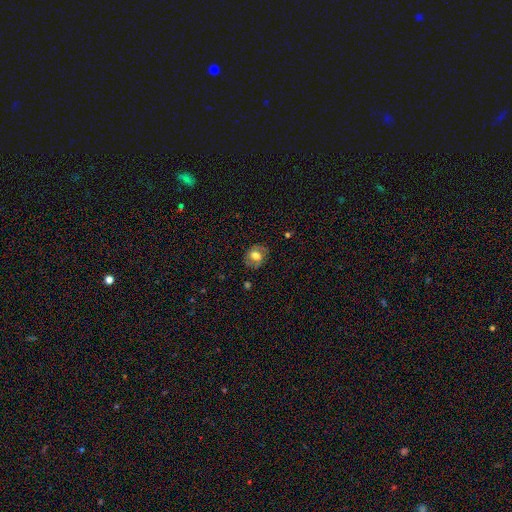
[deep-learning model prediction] A smooth galaxy with no disk features (56%) that is round (54%).

Vote fractions:
- Smooth or featured? smooth: 56% / featured or disk: 35% / star or artifact: 9%
- How rounded? round: 54% / in between: 45% / cigar-shaped: 1%
- Merging? none: 75% / minor disturbance: 17% / major disturbance: 6% / merger: 1%